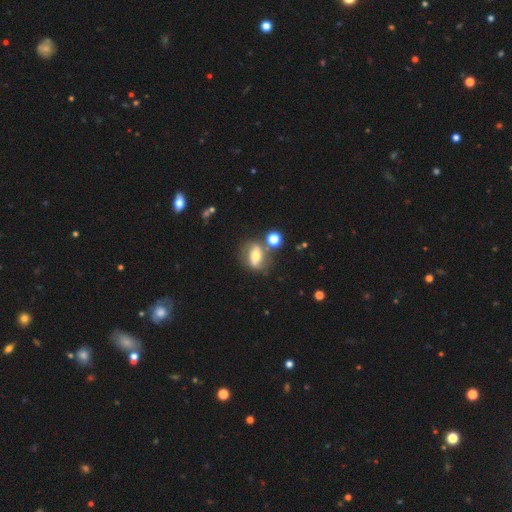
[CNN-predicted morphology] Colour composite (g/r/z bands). It shows a featured or disk galaxy (53%). Merging: none (62%).